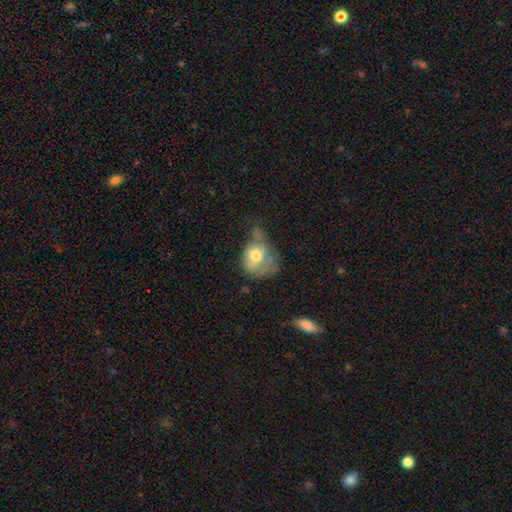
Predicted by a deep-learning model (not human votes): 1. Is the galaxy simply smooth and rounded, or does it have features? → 63% smooth, 28% featured or disk, 9% star or artifact.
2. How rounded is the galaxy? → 50% in between, 48% round, 1% cigar-shaped.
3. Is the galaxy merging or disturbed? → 42% major disturbance, 29% minor disturbance, 20% none, 10% merger.